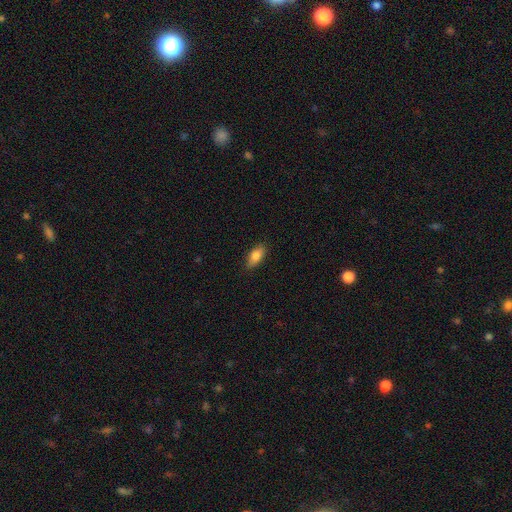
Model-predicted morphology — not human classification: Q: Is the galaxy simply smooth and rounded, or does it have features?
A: smooth — 82%.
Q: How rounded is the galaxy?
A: in between — 86%.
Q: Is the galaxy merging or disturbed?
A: none — 85%.